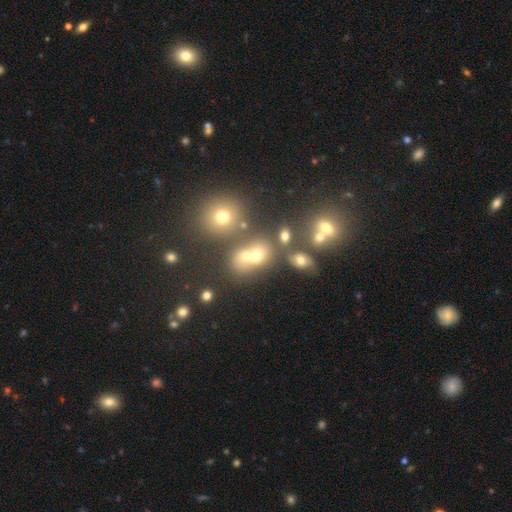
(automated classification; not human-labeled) Smooth or featured: smooth — 58% (star or artifact — 25%)
How rounded: round — 50% (in between — 48%)
Merging: none — 49% (merger — 34%)